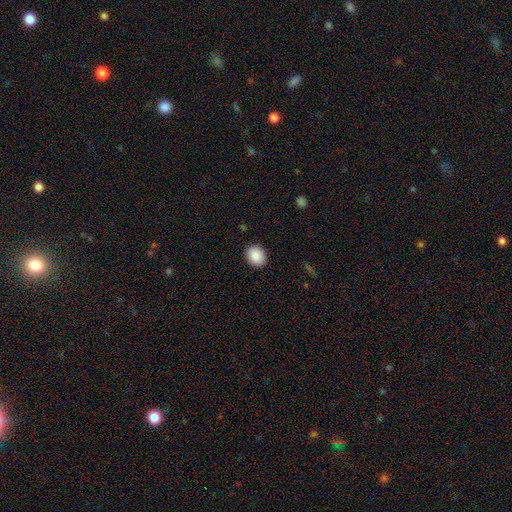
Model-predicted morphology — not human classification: smooth 89%, star or artifact 8%, featured or disk 4%. Down the decision tree: how rounded — round (55%); merging — none (90%).